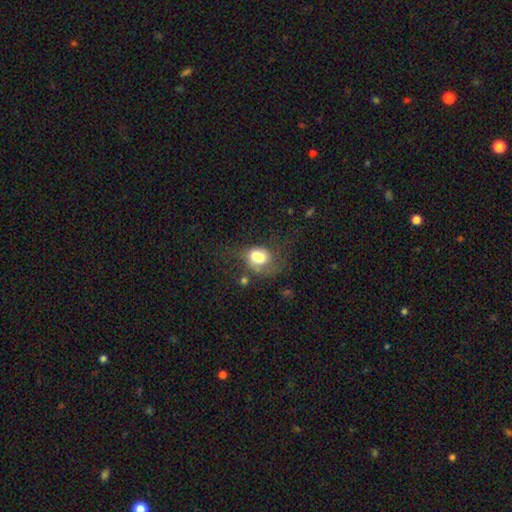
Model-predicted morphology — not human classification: This is likely a smooth galaxy (64%). How rounded: likely in between (64%). Merging: marginally none (31%).